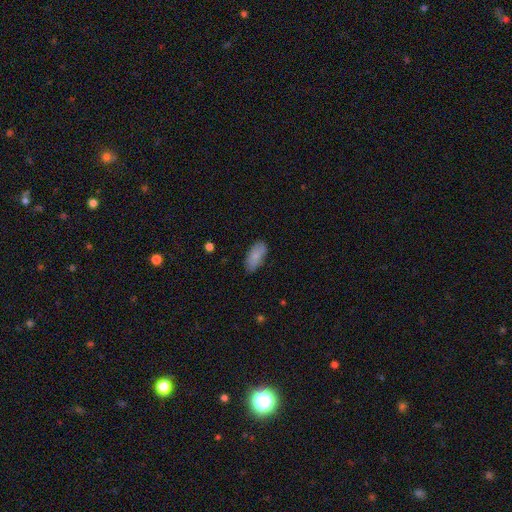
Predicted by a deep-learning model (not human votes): Q: Smooth or featured?
A: smooth (83%); runner-up: featured or disk (11%)
Q: How rounded?
A: in between (90%); runner-up: cigar-shaped (7%)
Q: Merging?
A: none (78%); runner-up: minor disturbance (17%)